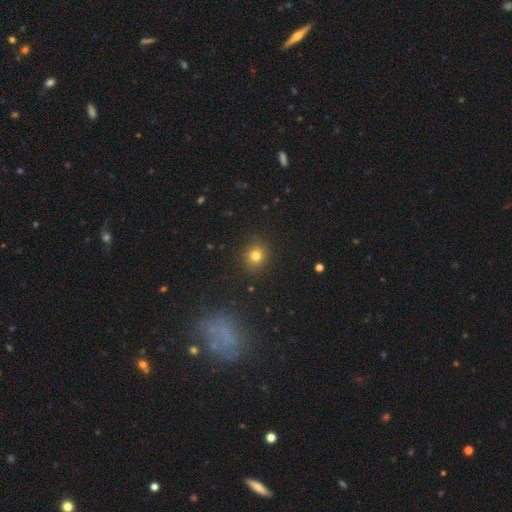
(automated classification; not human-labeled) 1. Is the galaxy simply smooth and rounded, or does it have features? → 78% smooth, 15% star or artifact, 7% featured or disk.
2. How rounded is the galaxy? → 83% round, 16% in between, 1% cigar-shaped.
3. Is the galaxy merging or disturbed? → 89% none, 7% minor disturbance, 2% major disturbance, 1% merger.